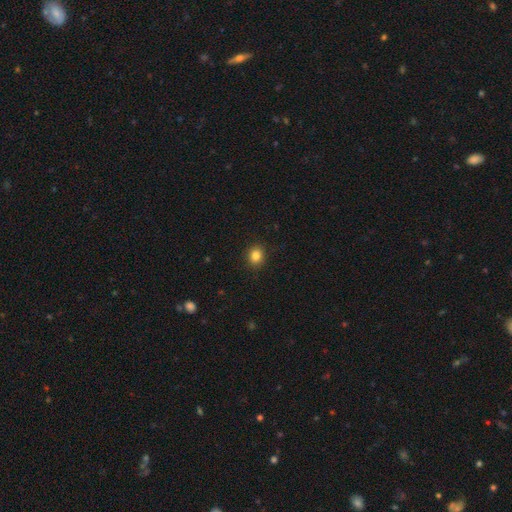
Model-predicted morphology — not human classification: Overall: smooth (84%). How rounded: round (76%). Merging: none (91%).